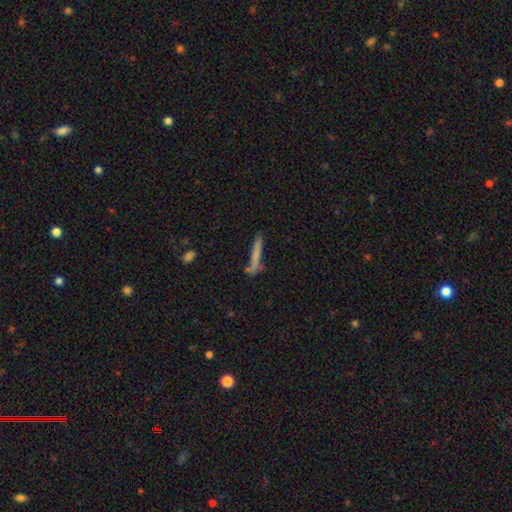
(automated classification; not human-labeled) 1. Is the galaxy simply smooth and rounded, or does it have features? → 65% smooth, 27% featured or disk, 8% star or artifact.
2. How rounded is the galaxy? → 95% cigar-shaped, 4% in between, 2% round.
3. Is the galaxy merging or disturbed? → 70% none, 18% minor disturbance, 7% merger, 6% major disturbance.